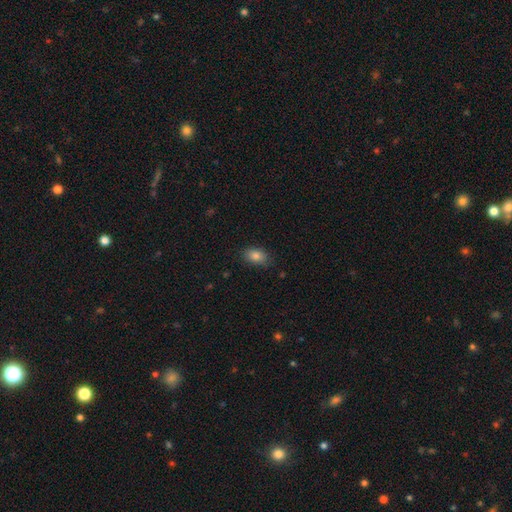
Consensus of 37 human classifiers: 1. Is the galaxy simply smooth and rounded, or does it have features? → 86% smooth, 8% featured or disk, 5% star or artifact.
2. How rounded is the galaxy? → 88% in between, 12% round, 0% cigar-shaped.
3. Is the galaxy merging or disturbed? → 83% none, 14% minor disturbance, 3% major disturbance, 0% merger.